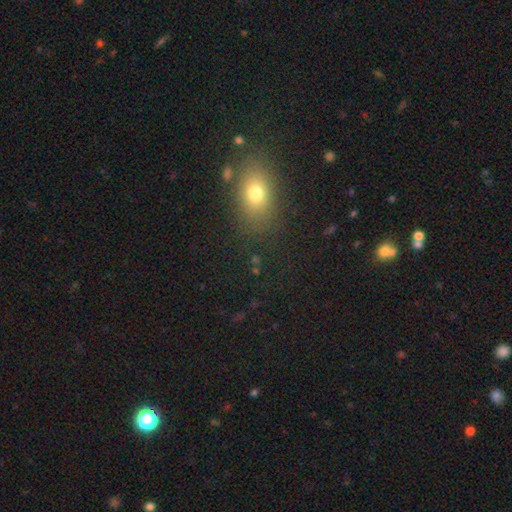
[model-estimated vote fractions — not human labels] Q: Smooth or featured?
A: smooth (67%); runner-up: star or artifact (21%)
Q: How rounded?
A: in between (76%); runner-up: round (21%)
Q: Merging?
A: none (85%); runner-up: minor disturbance (9%)